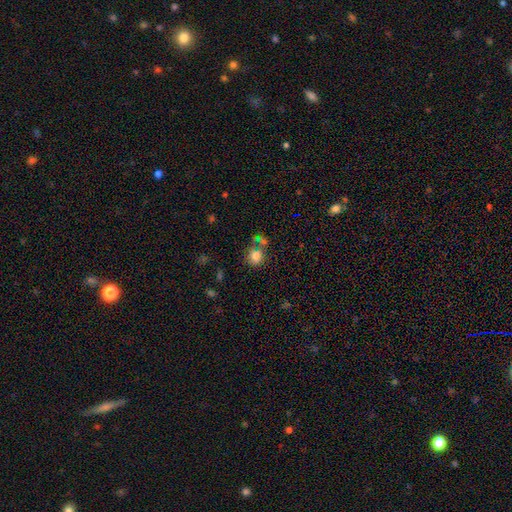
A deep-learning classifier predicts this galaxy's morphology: This is clearly a smooth galaxy (81%). How rounded: clearly round (80%). Merging: possibly none (57%).